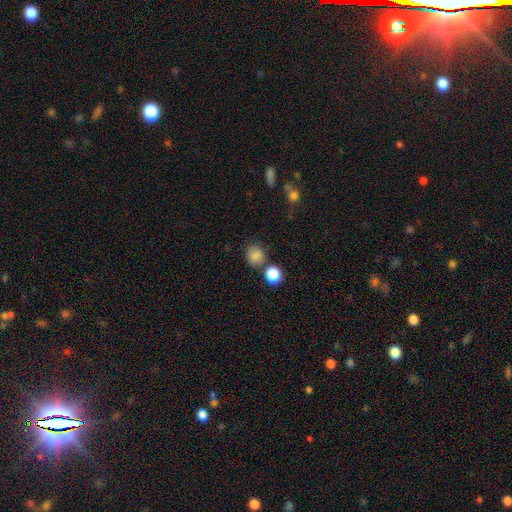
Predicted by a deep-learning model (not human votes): smooth-or-featured: smooth: 83% | star or artifact: 12% | featured or disk: 5%
  how-rounded: round: 81% | in between: 18% | cigar-shaped: 1%
  merging: none: 71% | merger: 13% | minor disturbance: 12% | major disturbance: 4%